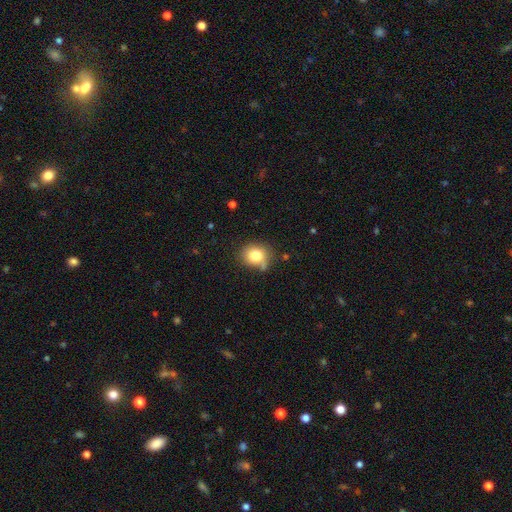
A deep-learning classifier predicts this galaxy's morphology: type=smooth (80%); roundness=round (70%); merging=none (66%).